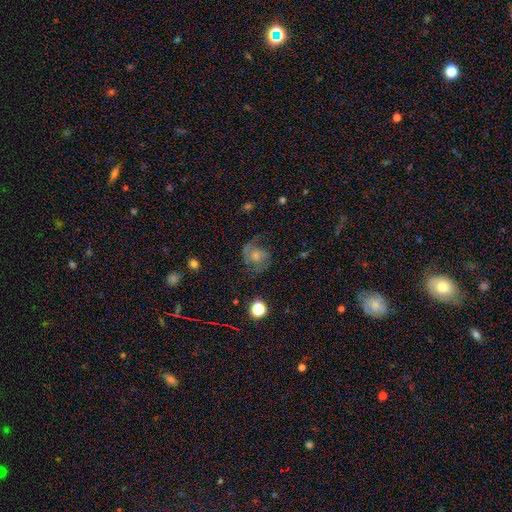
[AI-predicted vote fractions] Morphology: type=featured or disk (65%); edge-on=no (98%); bar=no (71%); spiral arms=yes (88%); winding=medium (48%); arm count=2 (68%); bulge=moderate (35%); merging=none (53%).